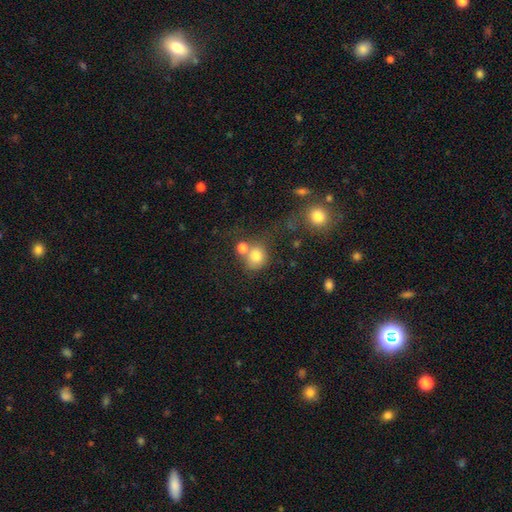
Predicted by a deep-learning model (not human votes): This appears to be a smooth galaxy with no disk features (79%) that is round (78%). Merging: none (49%).